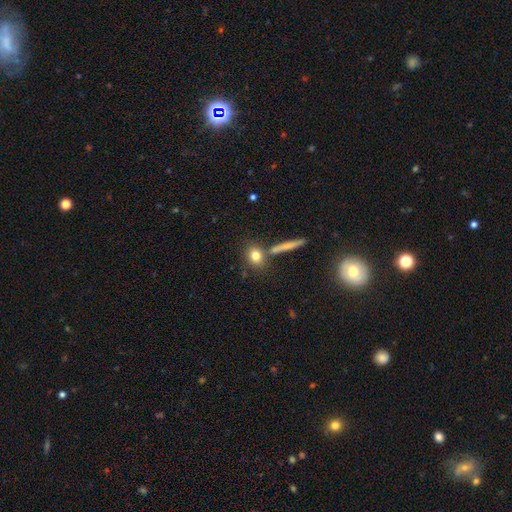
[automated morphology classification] Q: Smooth or featured?
A: smooth (78%); runner-up: featured or disk (12%)
Q: How rounded?
A: round (59%); runner-up: in between (34%)
Q: Merging?
A: none (71%); runner-up: merger (15%)